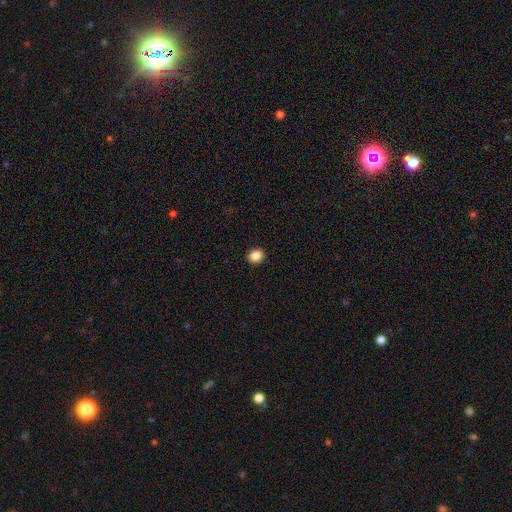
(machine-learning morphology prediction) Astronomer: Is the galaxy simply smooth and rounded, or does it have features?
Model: smooth — 87%.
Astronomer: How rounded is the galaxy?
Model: round — 72%.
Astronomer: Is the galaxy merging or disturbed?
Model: none — 92%.